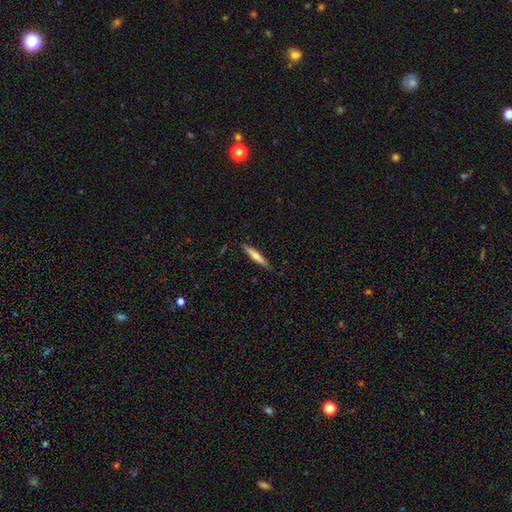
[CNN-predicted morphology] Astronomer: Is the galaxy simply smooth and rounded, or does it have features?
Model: smooth — 62%.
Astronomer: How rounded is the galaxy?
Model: cigar-shaped — 89%.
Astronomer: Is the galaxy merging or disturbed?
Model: none — 85%.